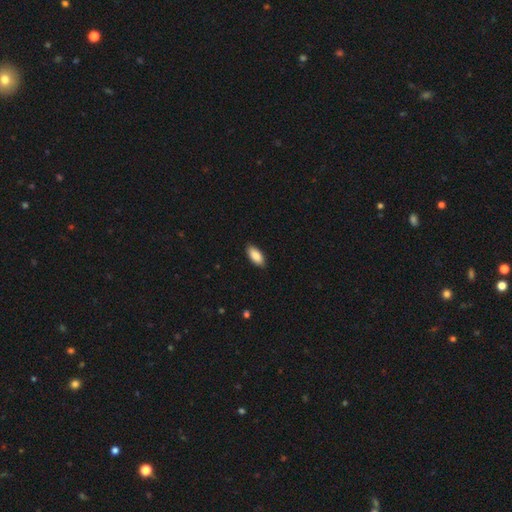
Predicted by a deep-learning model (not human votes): smooth 87%, featured or disk 7%, star or artifact 6%. Down the decision tree: how rounded — in between (88%); merging — none (88%).